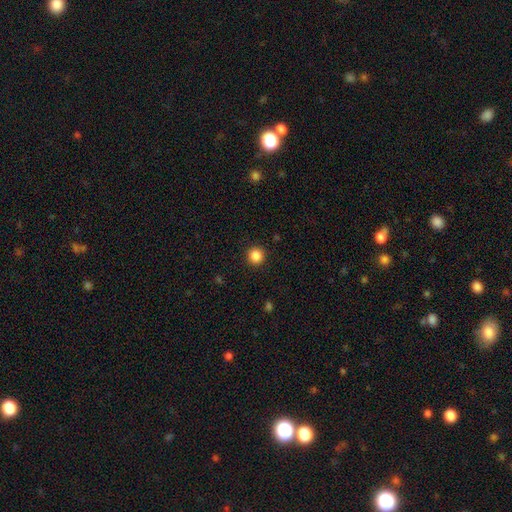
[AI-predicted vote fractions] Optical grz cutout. It shows a smooth galaxy with no disk features (86%) that is round (95%). Merging: none (92%).